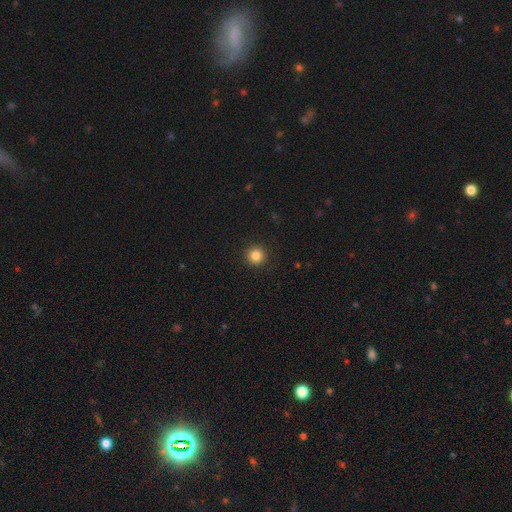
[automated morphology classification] A smooth galaxy with no disk features (85%) that is round (95%).

Vote fractions:
- Smooth or featured? smooth: 85% / star or artifact: 11% / featured or disk: 4%
- How rounded? round: 95% / in between: 4% / cigar-shaped: 1%
- Merging? none: 93% / minor disturbance: 5% / major disturbance: 2% / merger: 1%